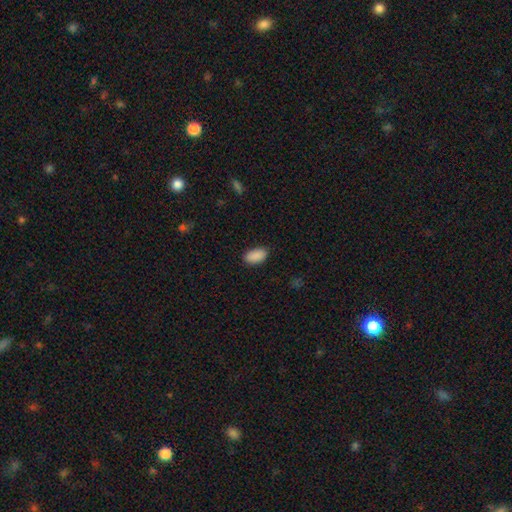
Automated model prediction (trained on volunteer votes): Q: Smooth or featured?
A: smooth (90%); runner-up: star or artifact (7%)
Q: How rounded?
A: in between (94%); runner-up: round (4%)
Q: Merging?
A: none (85%); runner-up: minor disturbance (11%)